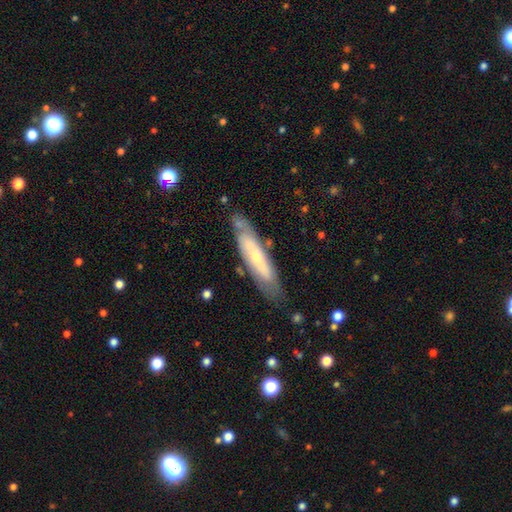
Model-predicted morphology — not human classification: Q: Smooth or featured?
A: featured or disk (57%); runner-up: smooth (36%)
Q: Edge-on disk?
A: no (53%); runner-up: yes (47%)
Q: Merging?
A: none (77%); runner-up: minor disturbance (17%)